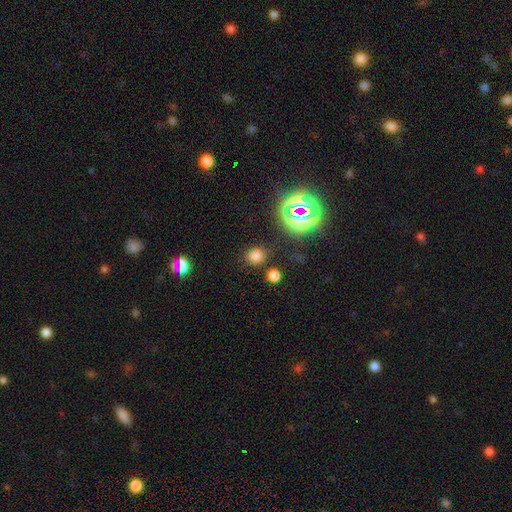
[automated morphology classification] A smooth galaxy with no disk features (71%) that is round (77%).

Vote fractions:
- Smooth or featured? smooth: 71% / star or artifact: 23% / featured or disk: 6%
- How rounded? round: 77% / in between: 21% / cigar-shaped: 1%
- Merging? none: 81% / minor disturbance: 10% / merger: 5% / major disturbance: 4%